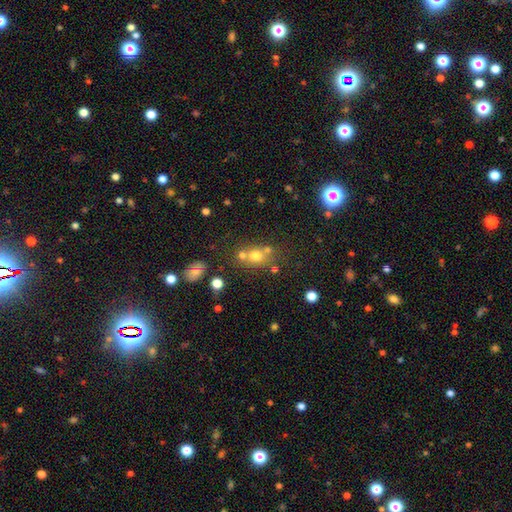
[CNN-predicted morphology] type=smooth (66%); roundness=round (67%); merging=none (53%).